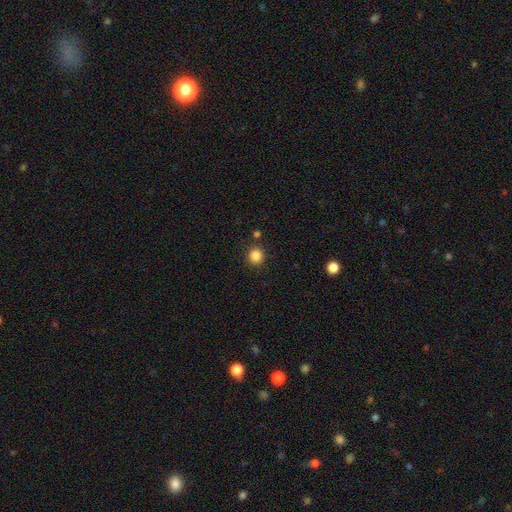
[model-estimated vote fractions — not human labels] Smooth or featured? smooth (86%)
How rounded? round (87%)
Merging? none (87%)